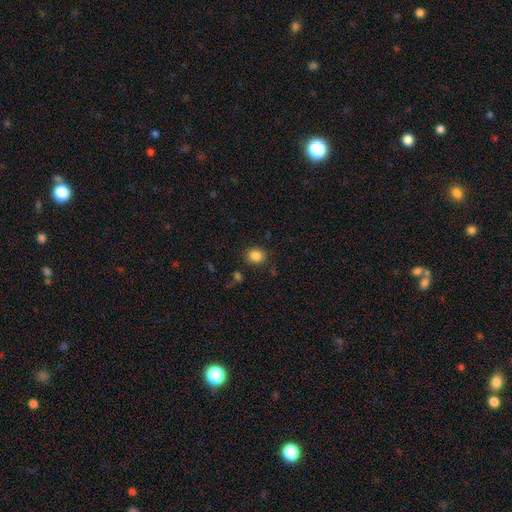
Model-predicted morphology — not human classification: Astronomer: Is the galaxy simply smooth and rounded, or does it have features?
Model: smooth — 85%.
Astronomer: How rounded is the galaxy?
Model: round — 72%.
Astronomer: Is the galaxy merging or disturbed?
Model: none — 86%.